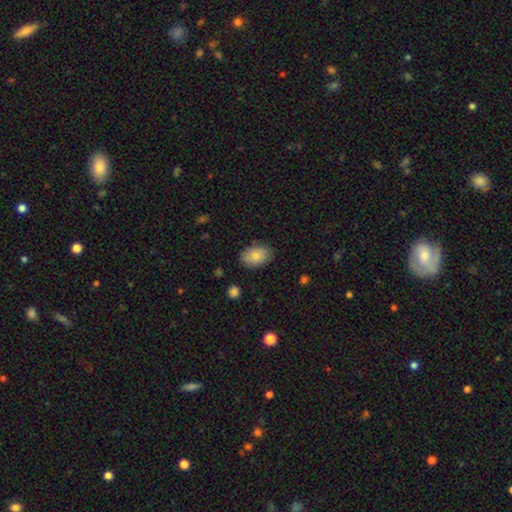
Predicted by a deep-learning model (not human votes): smooth-or-featured: smooth: 83% | featured or disk: 10% | star or artifact: 7%
  how-rounded: in between: 87% | round: 12% | cigar-shaped: 1%
  merging: none: 83% | minor disturbance: 13% | major disturbance: 3% | merger: 1%